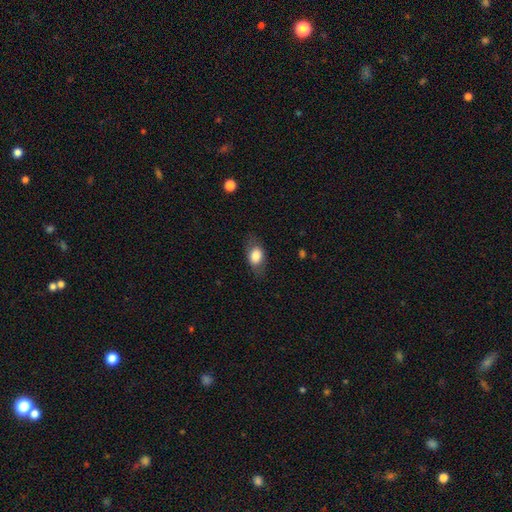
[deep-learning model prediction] smooth 76%, featured or disk 16%, star or artifact 7%. Down the decision tree: how rounded — in between (80%); merging — none (77%).